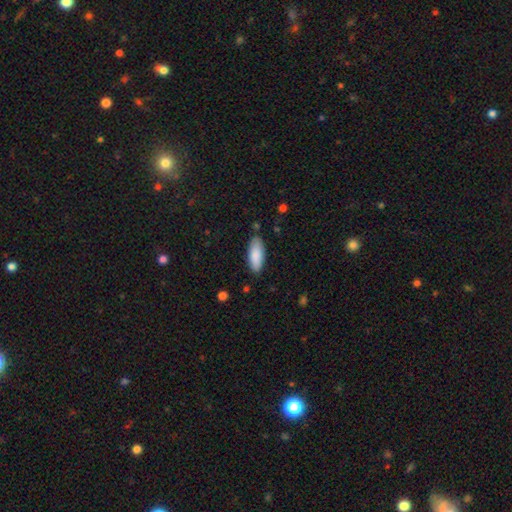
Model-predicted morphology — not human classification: A smooth galaxy with no disk features (88%) that is in between round and cigar-shaped (80%).

Vote fractions:
- Smooth or featured? smooth: 88% / featured or disk: 7% / star or artifact: 6%
- How rounded? in between: 80% / cigar-shaped: 19% / round: 1%
- Merging? none: 84% / minor disturbance: 12% / major disturbance: 2% / merger: 2%